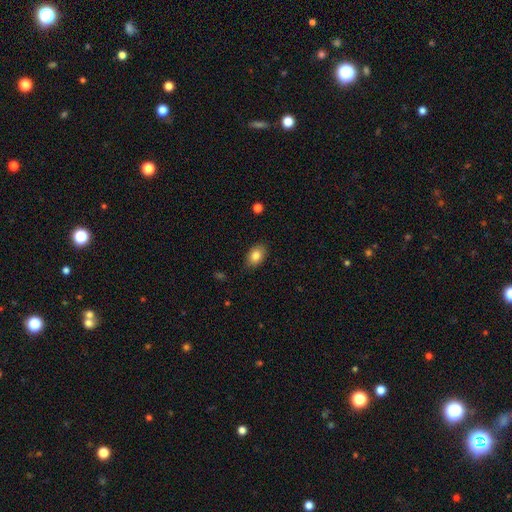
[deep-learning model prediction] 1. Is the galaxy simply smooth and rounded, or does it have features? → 83% smooth, 9% featured or disk, 8% star or artifact.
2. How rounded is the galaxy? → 83% in between, 15% round, 1% cigar-shaped.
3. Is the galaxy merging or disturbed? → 86% none, 11% minor disturbance, 2% major disturbance, 1% merger.